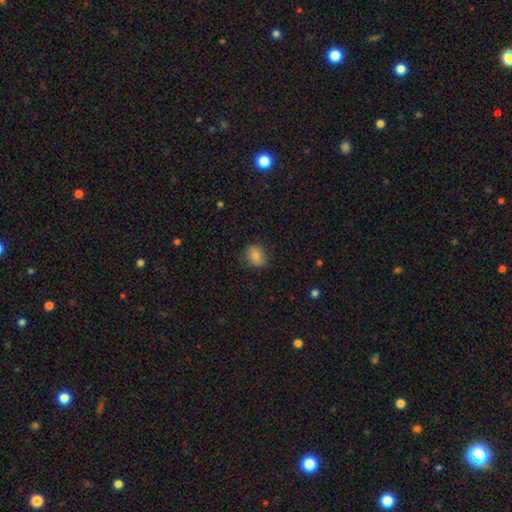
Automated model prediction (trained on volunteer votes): smooth-or-featured: smooth: 79% | featured or disk: 12% | star or artifact: 10%
  how-rounded: round: 66% | in between: 32% | cigar-shaped: 1%
  merging: none: 78% | minor disturbance: 17% | major disturbance: 4% | merger: 1%